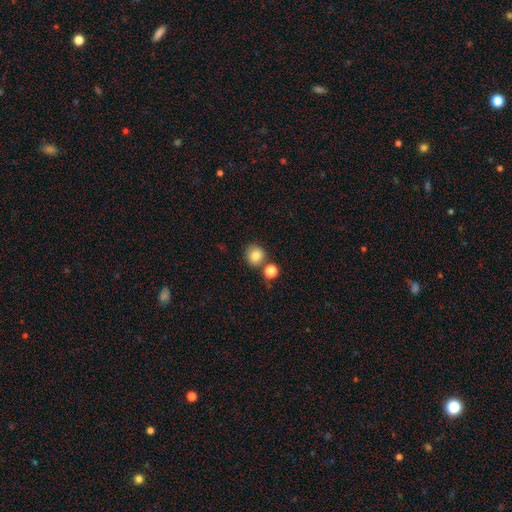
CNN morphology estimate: The model was most divided on "merging": none: 72%, merger: 16%, minor disturbance: 9%, major disturbance: 3%. More confident: how rounded — round (88%); smooth or featured — smooth (83%).